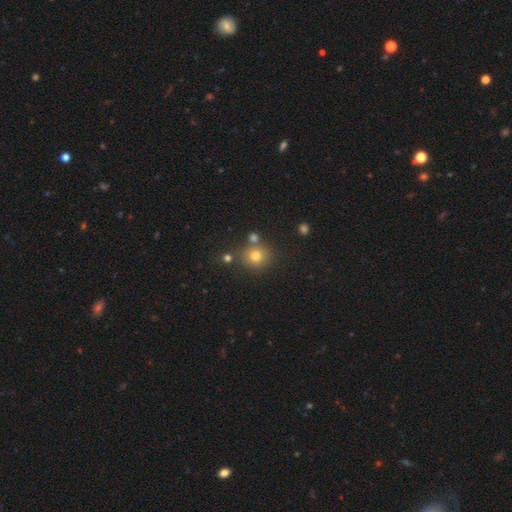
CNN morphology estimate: Smooth or featured: smooth — 75% (star or artifact — 16%)
How rounded: round — 86% (in between — 13%)
Merging: none — 74% (merger — 13%)